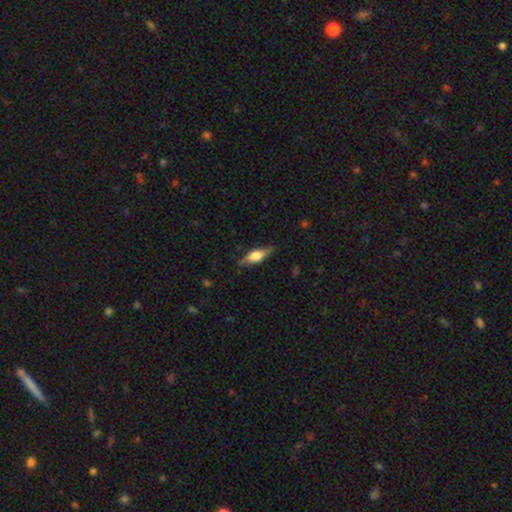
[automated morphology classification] smooth_or_featured: featured or disk (p=0.47) [alt: smooth p=0.46]
merging: none (p=0.83) [alt: minor disturbance p=0.13]